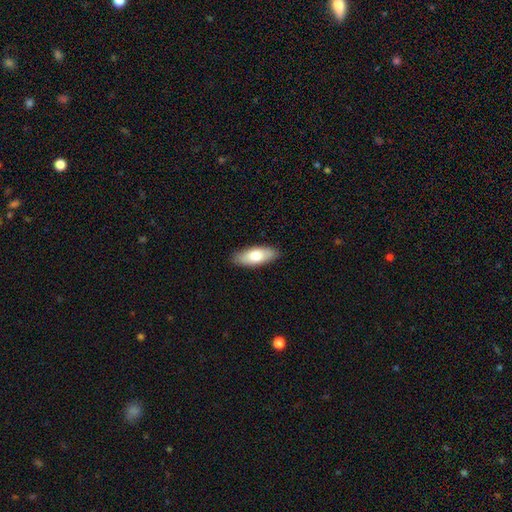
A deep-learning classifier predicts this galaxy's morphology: smooth_or_featured: smooth (p=0.75) [alt: featured or disk p=0.19]
how_rounded: in between (p=0.76) [alt: cigar-shaped p=0.22]
merging: none (p=0.89) [alt: minor disturbance p=0.08]